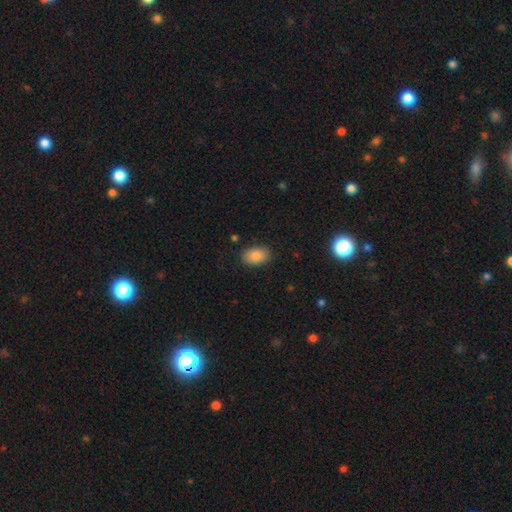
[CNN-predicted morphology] This appears to be a smooth galaxy with no disk features (85%) that is in between round and cigar-shaped (88%). Merging: none (86%).